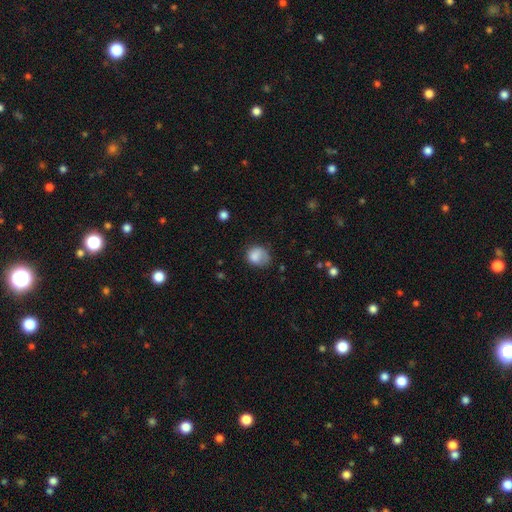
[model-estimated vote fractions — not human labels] A smooth galaxy with no disk features (80%) that is round (59%).

Vote fractions:
- Smooth or featured? smooth: 80% / featured or disk: 11% / star or artifact: 9%
- How rounded? round: 59% / in between: 40% / cigar-shaped: 1%
- Merging? none: 46% / minor disturbance: 32% / major disturbance: 19% / merger: 3%